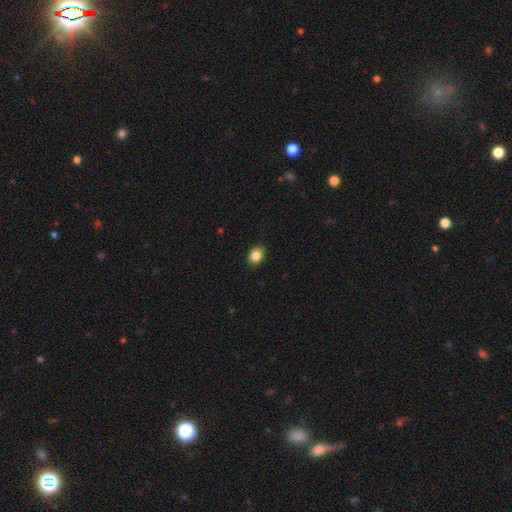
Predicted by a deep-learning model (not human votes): Smooth or featured: smooth — 86% (star or artifact — 9%)
How rounded: in between — 61% (round — 38%)
Merging: none — 87% (minor disturbance — 10%)